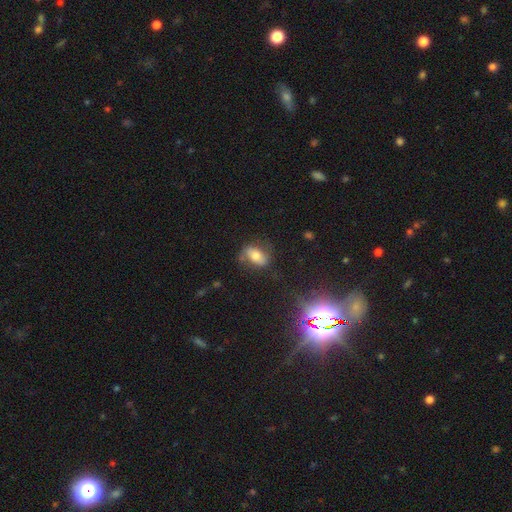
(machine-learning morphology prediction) This appears to be a smooth galaxy with no disk features (58%) that is in between round and cigar-shaped (85%). Merging: none (64%).